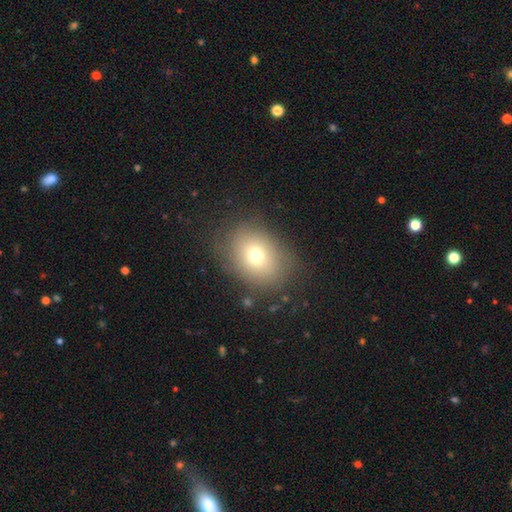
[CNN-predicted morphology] Overall: smooth (71%). How rounded: in between (58%; round 41%). Merging: none (79%).